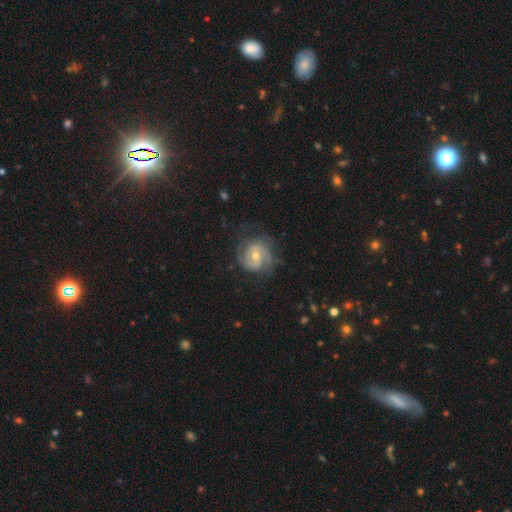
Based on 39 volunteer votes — A featured or disk galaxy (87%) with no bar (53%), 2 (85%) tight (56%) spiral arms (100%) and a moderate central bulge (85%). Merging: none (66%).